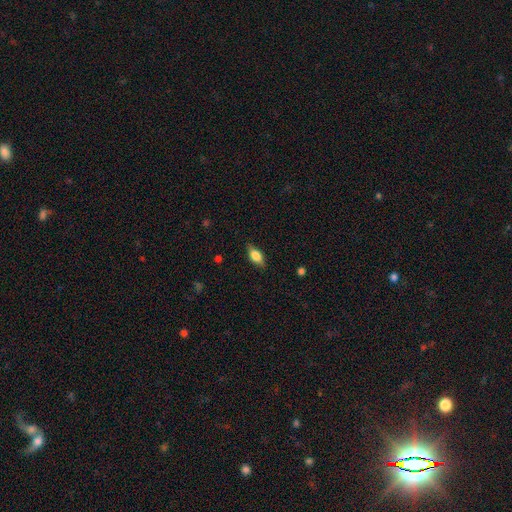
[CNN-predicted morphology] The model was most divided on "smooth or featured": smooth: 70%, featured or disk: 22%, star or artifact: 7%. More confident: merging — none (83%); how rounded — in between (82%).